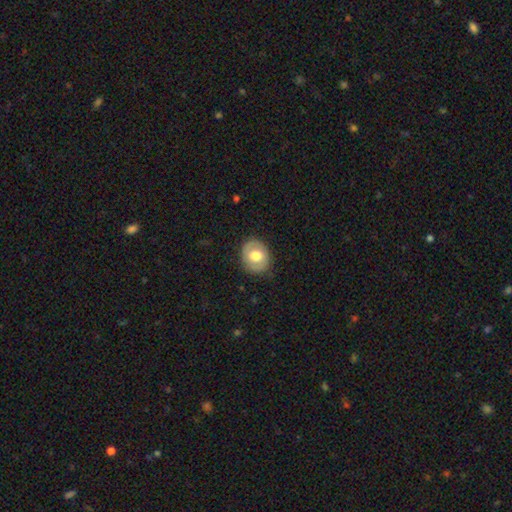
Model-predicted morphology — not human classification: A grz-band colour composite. It shows a smooth galaxy with no disk features (61%) that is round (63%). Merging: none (85%).